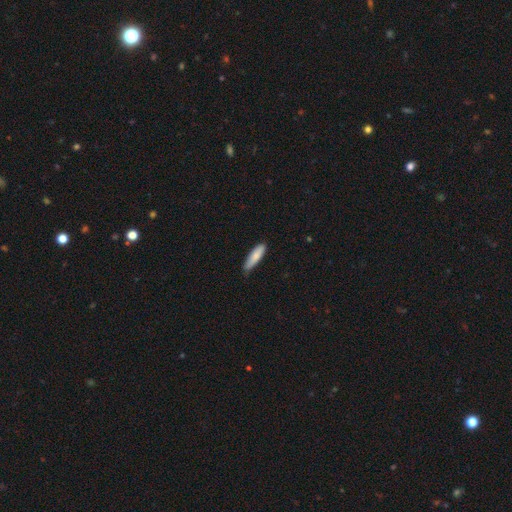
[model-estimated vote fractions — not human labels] A smooth galaxy with no disk features (83%) that is cigar-shaped (66%). Merging: none (73%).